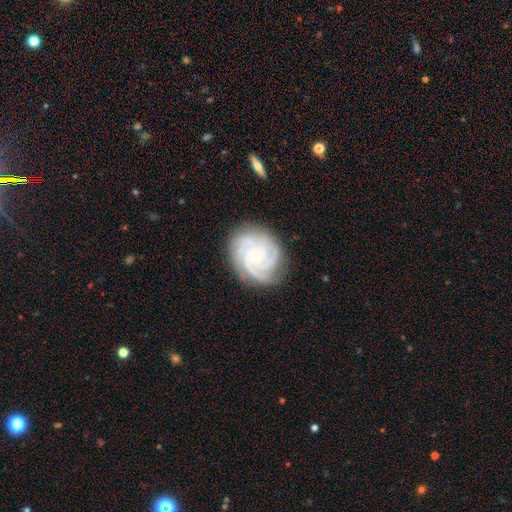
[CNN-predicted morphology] A featured or disk galaxy (89%) with no bar (78%), 3 (38%) tight (76%) spiral arms (98%) and a small central bulge (81%). Merging: none (80%).